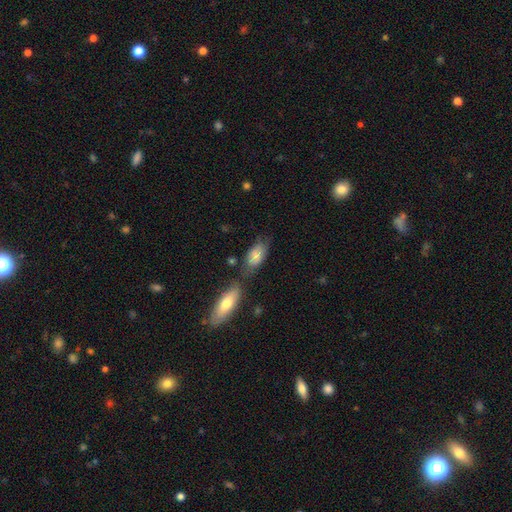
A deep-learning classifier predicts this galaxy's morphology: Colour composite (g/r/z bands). It shows a smooth galaxy with no disk features (75%) that is in between round and cigar-shaped (88%). Merging: none (54%).